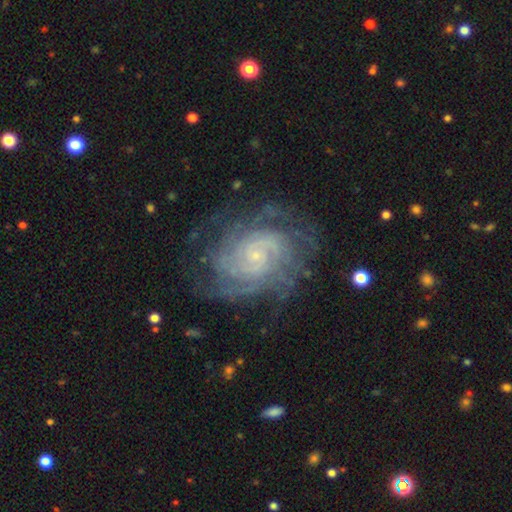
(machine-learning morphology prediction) featured or disk 86%, star or artifact 7%, smooth 7%. Down the decision tree: edge-on disk — no (97%); bar — no (71%); spiral arms — yes (97%); spiral arm count — can't tell (32%); spiral winding — tight (71%); bulge size — small (82%); merging — none (75%).